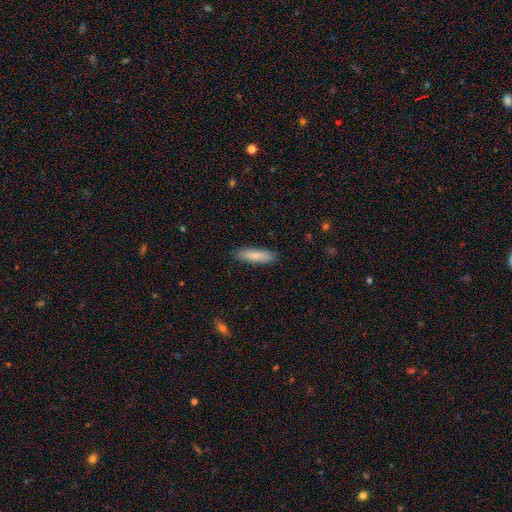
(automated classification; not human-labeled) Smooth or featured: smooth — 84% (featured or disk — 10%)
How rounded: cigar-shaped — 66% (in between — 32%)
Merging: none — 88% (minor disturbance — 9%)